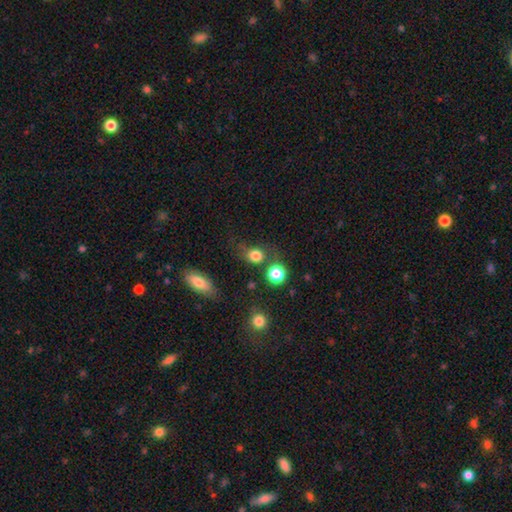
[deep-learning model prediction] The model was most divided on "merging": none: 59%, minor disturbance: 18%, merger: 14%, major disturbance: 9%. More confident: smooth or featured — smooth (80%); how rounded — round (74%).